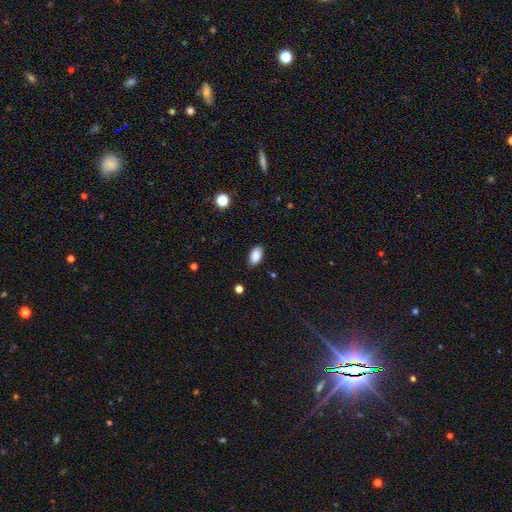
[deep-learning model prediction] smooth-or-featured: smooth: 88% | star or artifact: 8% | featured or disk: 5%
  how-rounded: in between: 93% | round: 5% | cigar-shaped: 2%
  merging: none: 84% | minor disturbance: 13% | major disturbance: 2% | merger: 1%